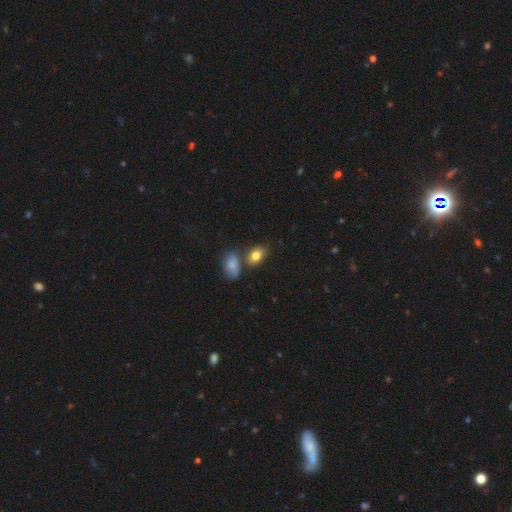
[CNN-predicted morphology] The model was most divided on "merging": none: 62%, merger: 22%, minor disturbance: 13%, major disturbance: 3%. More confident: how rounded — in between (84%); smooth or featured — smooth (82%).